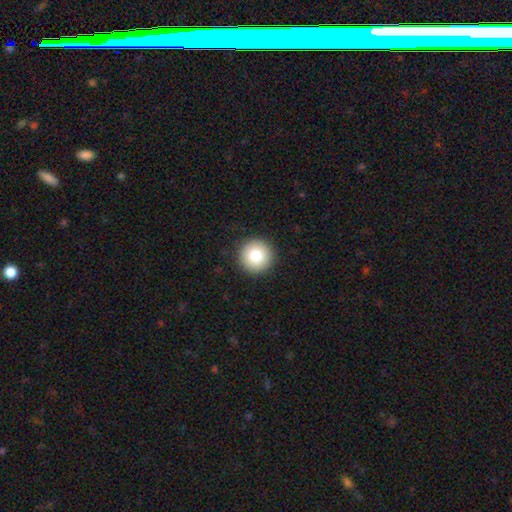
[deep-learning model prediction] smooth_or_featured: smooth (p=0.83) [alt: star or artifact p=0.09]
how_rounded: round (p=0.96) [alt: in between p=0.03]
merging: none (p=0.93) [alt: minor disturbance p=0.05]